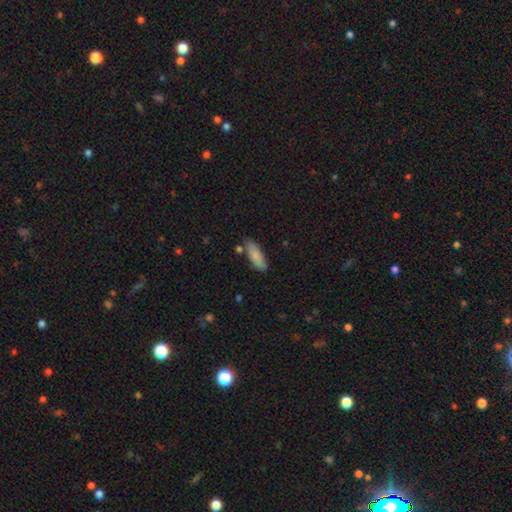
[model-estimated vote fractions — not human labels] Smooth or featured? Predicted: smooth (p=0.85). How rounded? Predicted: in between (p=0.62). Merging? Predicted: none (p=0.75).